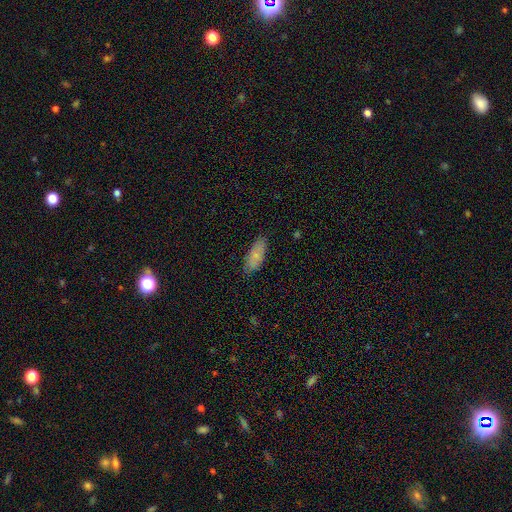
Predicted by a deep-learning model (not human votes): Smooth or featured: smooth — 78% (featured or disk — 15%)
How rounded: in between — 79% (cigar-shaped — 19%)
Merging: none — 81% (minor disturbance — 15%)